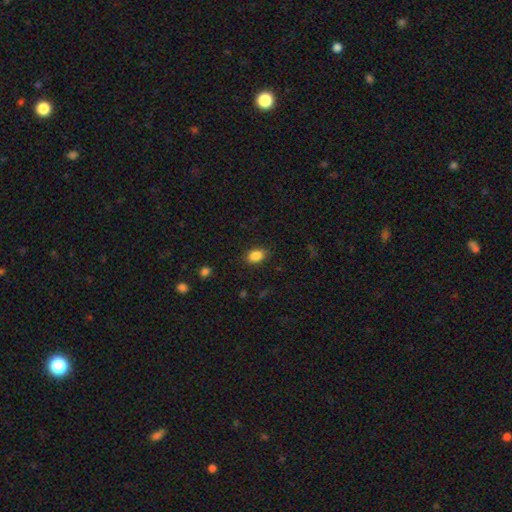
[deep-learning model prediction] This is clearly a smooth galaxy (86%). How rounded: likely in between (75%). Merging: clearly none (85%).